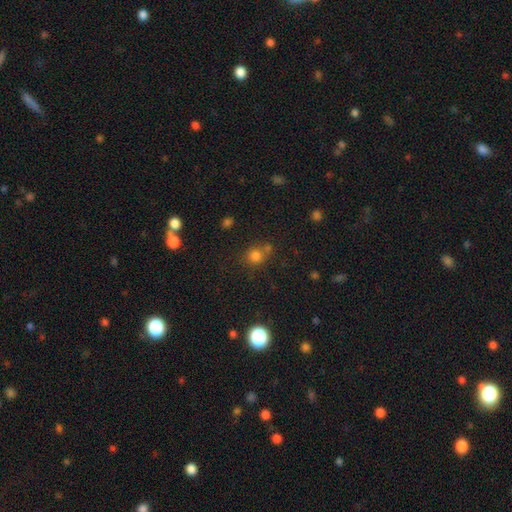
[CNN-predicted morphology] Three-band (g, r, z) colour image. It shows a smooth galaxy with no disk features (75%) that is round (82%). Merging: none (62%).